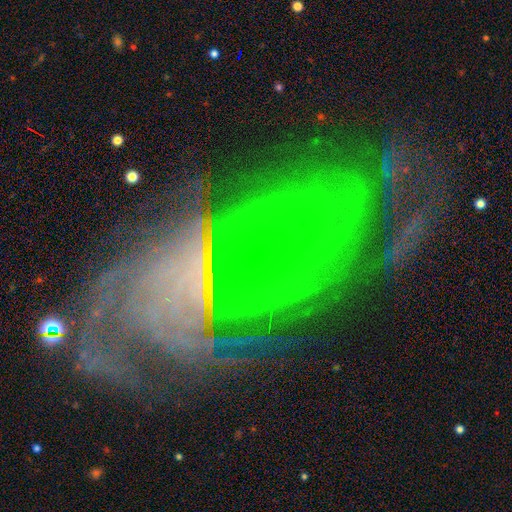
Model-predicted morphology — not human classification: Q: Smooth or featured?
A: featured or disk (75%); runner-up: star or artifact (13%)
Q: Edge-on disk?
A: no (96%); runner-up: yes (4%)
Q: Bar?
A: no (59%); runner-up: weak (26%)
Q: Spiral arms?
A: yes (79%); runner-up: no (21%)
Q: Spiral winding?
A: tight (45%); runner-up: medium (34%)
Q: Spiral arm count?
A: can't tell (39%); runner-up: 2 (22%)
Q: Bulge size?
A: small (43%); runner-up: none (42%)
Q: Merging?
A: merger (34%); runner-up: none (27%)